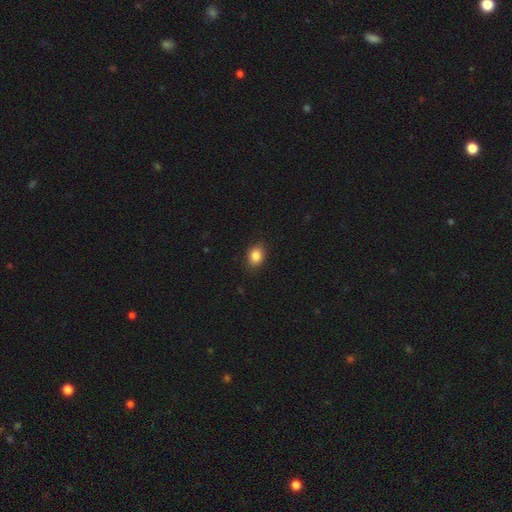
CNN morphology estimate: Q: Smooth or featured?
A: smooth (85%); runner-up: star or artifact (9%)
Q: How rounded?
A: in between (59%); runner-up: round (40%)
Q: Merging?
A: none (86%); runner-up: minor disturbance (11%)